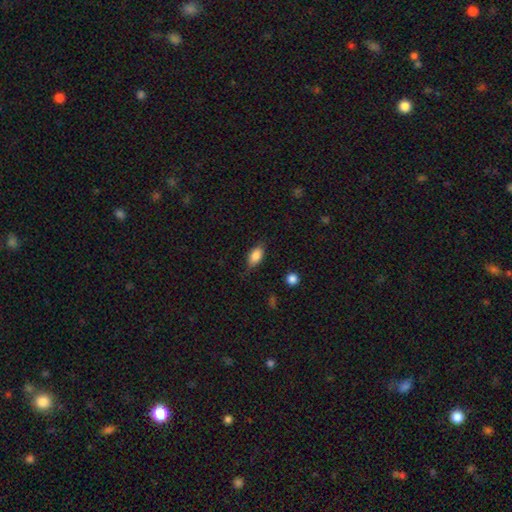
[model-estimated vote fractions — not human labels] A smooth galaxy with no disk features (81%) that is in between round and cigar-shaped (87%).

Vote fractions:
- Smooth or featured? smooth: 81% / featured or disk: 11% / star or artifact: 8%
- How rounded? in between: 87% / cigar-shaped: 7% / round: 6%
- Merging? none: 73% / minor disturbance: 21% / major disturbance: 5% / merger: 1%